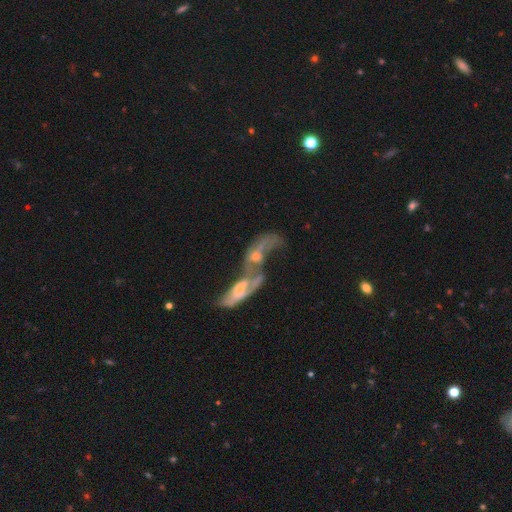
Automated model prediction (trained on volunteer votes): Smooth or featured? featured or disk (65%)
Edge-on disk? no (89%)
Bar? no (73%)
Spiral arms? yes (54%)
Bulge size? moderate (40%)
Merging? merger (77%)